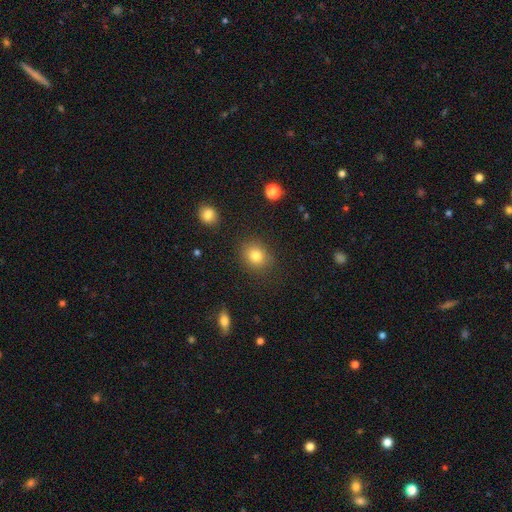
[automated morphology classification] Q: Smooth or featured?
A: smooth (82%); runner-up: star or artifact (11%)
Q: How rounded?
A: round (69%); runner-up: in between (30%)
Q: Merging?
A: none (85%); runner-up: minor disturbance (10%)